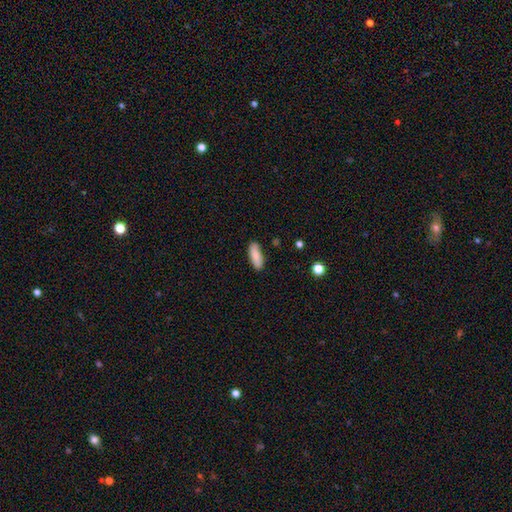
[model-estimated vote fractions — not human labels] Smooth or featured: smooth — 86% (featured or disk — 7%)
How rounded: in between — 60% (cigar-shaped — 38%)
Merging: none — 85% (minor disturbance — 11%)